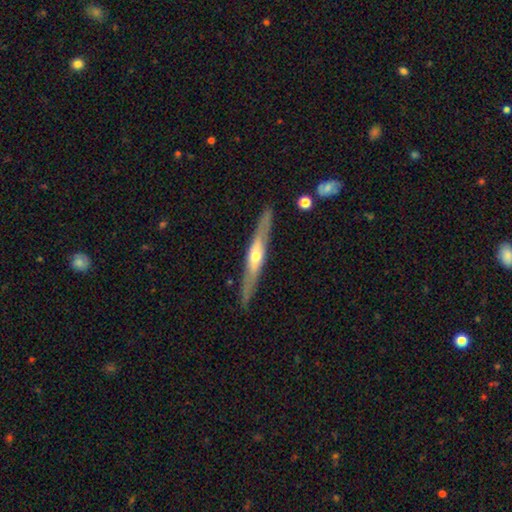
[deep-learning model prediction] Smooth or featured? featured or disk (70%)
Edge-on disk? yes (92%)
Edge-on bulge? rounded (85%)
Merging? none (86%)